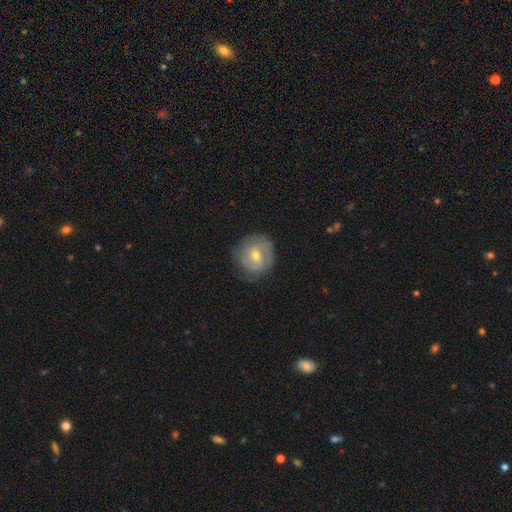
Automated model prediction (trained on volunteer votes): featured or disk 65%, smooth 28%, star or artifact 6%. Down the decision tree: edge-on disk — no (97%); bar — no (47%); spiral arms — yes (83%); spiral arm count — 2 (45%); spiral winding — tight (57%); bulge size — moderate (55%); merging — none (71%).